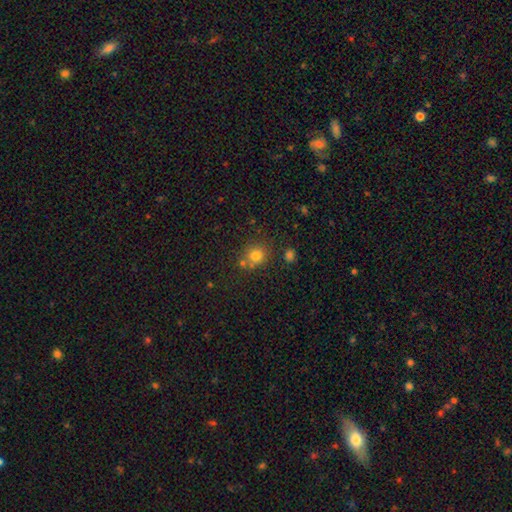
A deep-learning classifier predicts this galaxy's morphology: Smooth or featured: smooth — 78% (star or artifact — 14%)
How rounded: round — 84% (in between — 15%)
Merging: none — 69% (merger — 15%)